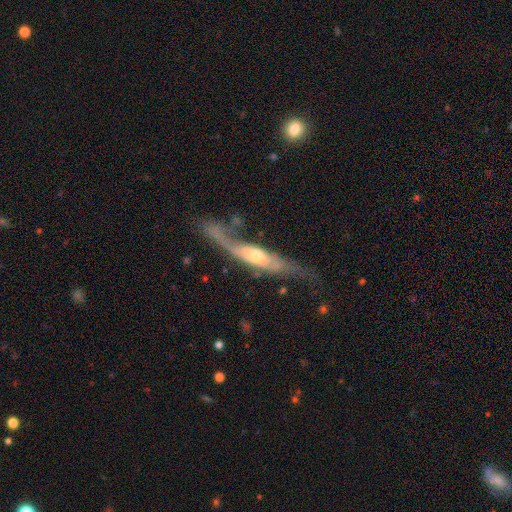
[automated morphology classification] A featured or disk galaxy (72%). Merging: none (37%).